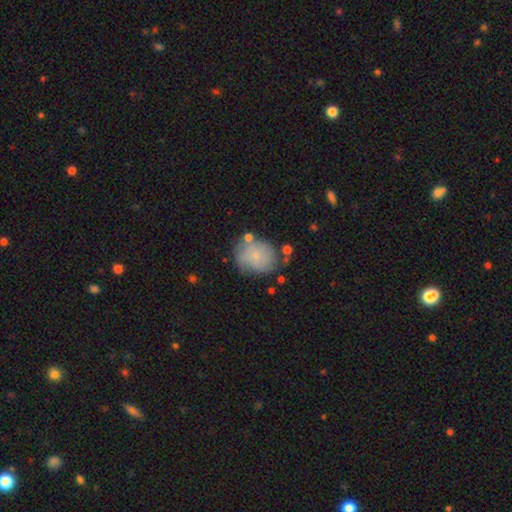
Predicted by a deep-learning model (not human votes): smooth-or-featured: smooth: 69% | featured or disk: 23% | star or artifact: 8%
  how-rounded: round: 67% | in between: 32% | cigar-shaped: 1%
  merging: none: 64% | minor disturbance: 22% | merger: 7% | major disturbance: 7%